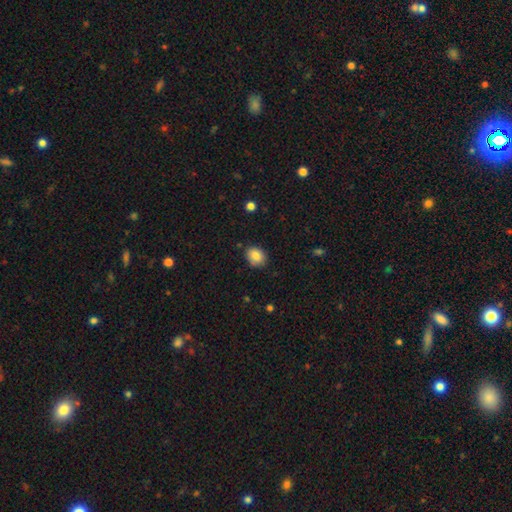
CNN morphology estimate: Smooth or featured: smooth — 83% (star or artifact — 9%)
How rounded: round — 51% (in between — 48%)
Merging: none — 83% (minor disturbance — 13%)